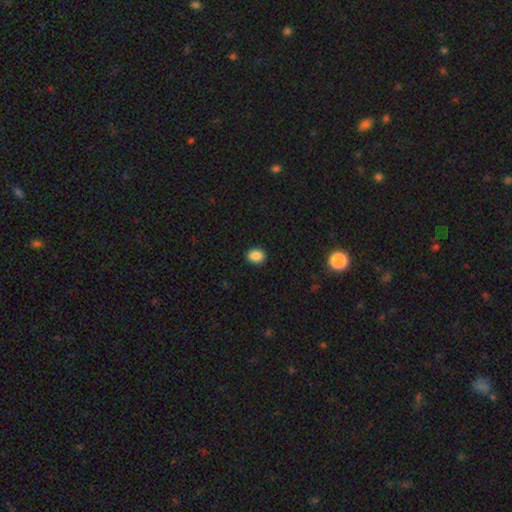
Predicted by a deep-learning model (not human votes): smooth 88%, star or artifact 9%, featured or disk 3%. Down the decision tree: how rounded — in between (53%); merging — none (91%).